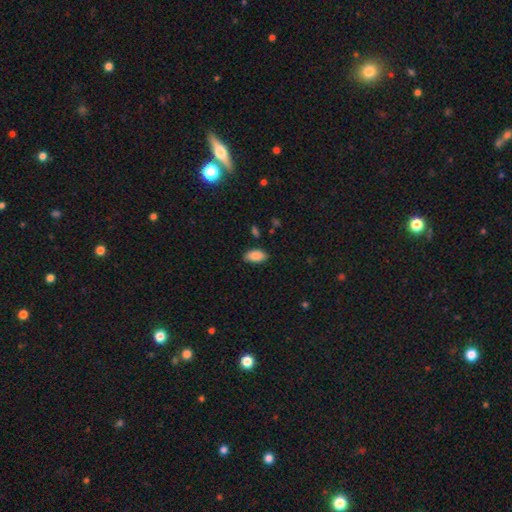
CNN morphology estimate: Smooth or featured: smooth — 87% (star or artifact — 7%)
How rounded: in between — 94% (cigar-shaped — 4%)
Merging: none — 82% (minor disturbance — 14%)